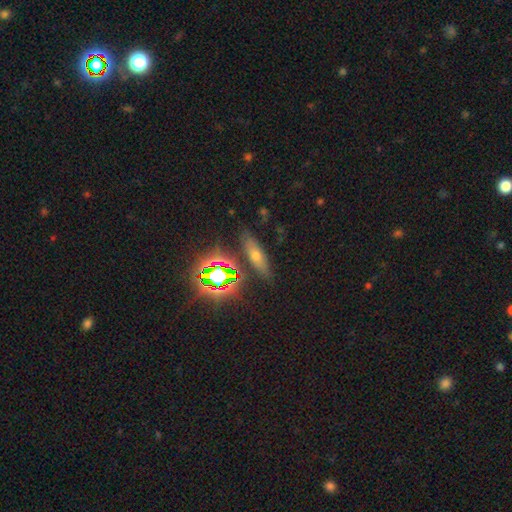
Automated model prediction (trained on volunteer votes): Smooth or featured? smooth (50%)
How rounded? in between (52%)
Merging? none (82%)